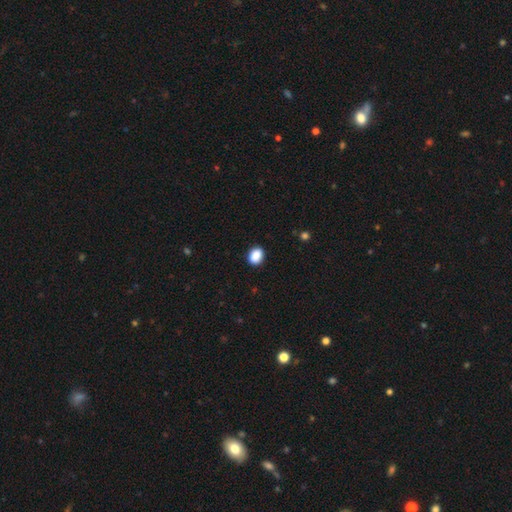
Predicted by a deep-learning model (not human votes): A smooth galaxy with no disk features (89%) that is in between round and cigar-shaped (60%).

Vote fractions:
- Smooth or featured? smooth: 89% / star or artifact: 8% / featured or disk: 3%
- How rounded? in between: 60% / round: 39% / cigar-shaped: 1%
- Merging? none: 88% / minor disturbance: 9% / major disturbance: 2% / merger: 1%